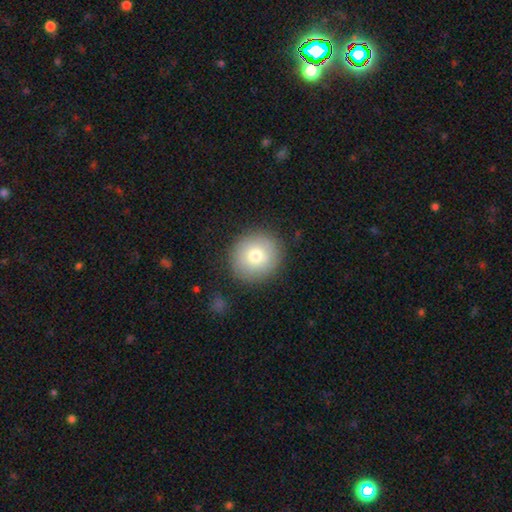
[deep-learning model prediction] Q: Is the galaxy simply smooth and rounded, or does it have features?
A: smooth — 75%.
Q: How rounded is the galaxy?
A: round — 90%.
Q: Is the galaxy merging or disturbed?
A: none — 86%.